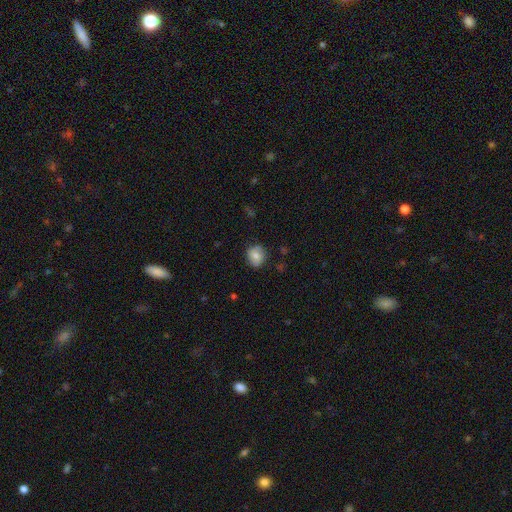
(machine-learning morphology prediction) Smooth or featured? smooth (73%)
How rounded? round (73%)
Merging? none (79%)